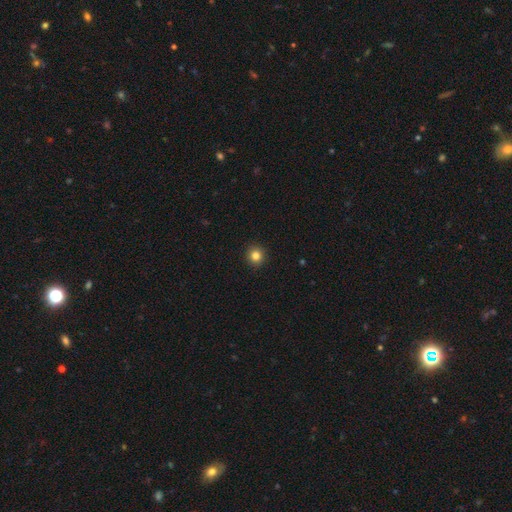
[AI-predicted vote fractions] This is clearly a smooth galaxy (83%). How rounded: clearly round (93%). Merging: clearly none (93%).